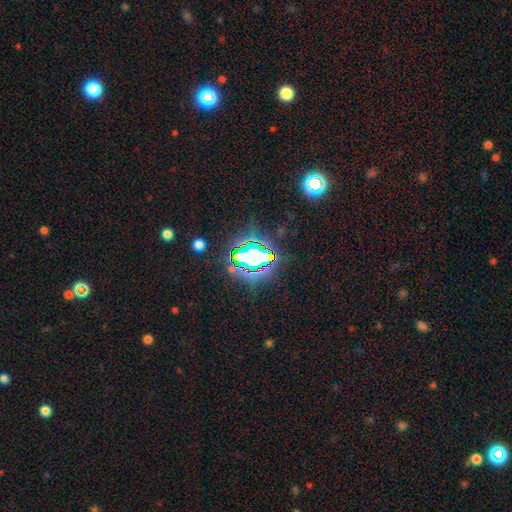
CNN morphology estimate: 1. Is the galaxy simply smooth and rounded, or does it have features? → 65% star or artifact, 21% smooth, 14% featured or disk.